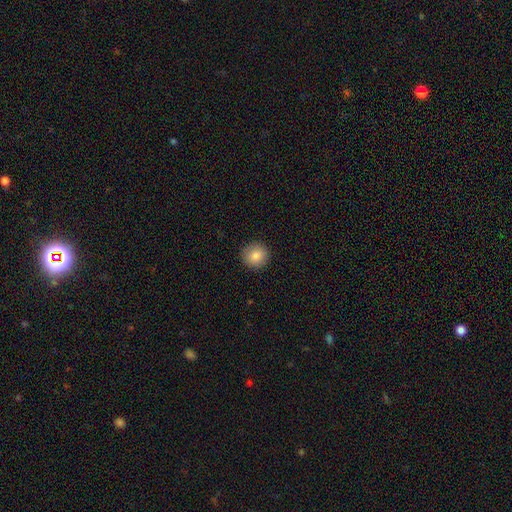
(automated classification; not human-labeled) Smooth or featured?
  - smooth: 86% *
  - star or artifact: 9%
  - featured or disk: 6%
How rounded?
  - round: 93% *
  - in between: 6%
  - cigar-shaped: 1%
Merging?
  - none: 92% *
  - minor disturbance: 5%
  - major disturbance: 2%
  - merger: 1%